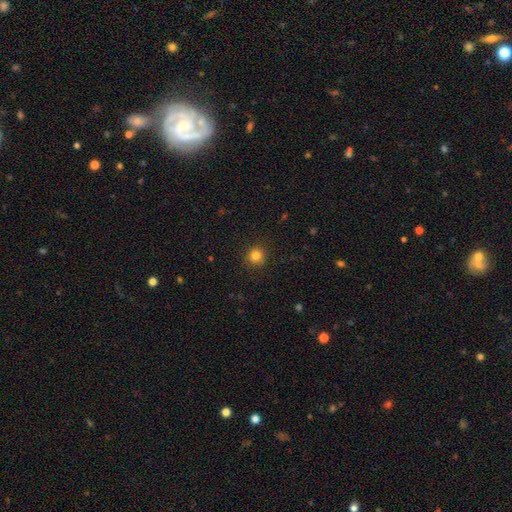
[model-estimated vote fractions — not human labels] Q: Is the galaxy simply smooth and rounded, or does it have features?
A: smooth — 82%.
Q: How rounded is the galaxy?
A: round — 93%.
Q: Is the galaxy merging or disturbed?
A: none — 91%.